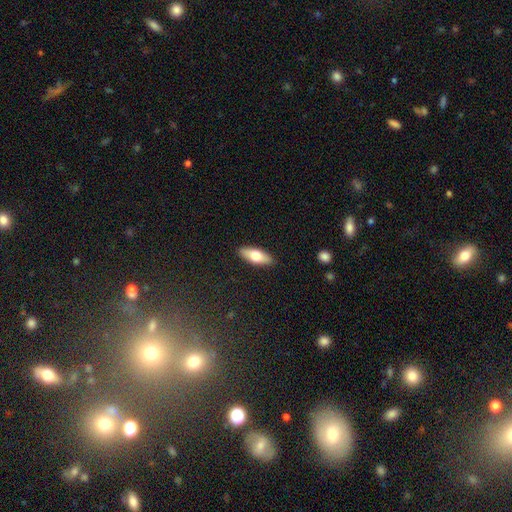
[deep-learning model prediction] Smooth or featured? Predicted: smooth (p=0.66). How rounded? Predicted: in between (p=0.68). Merging? Predicted: none (p=0.89).